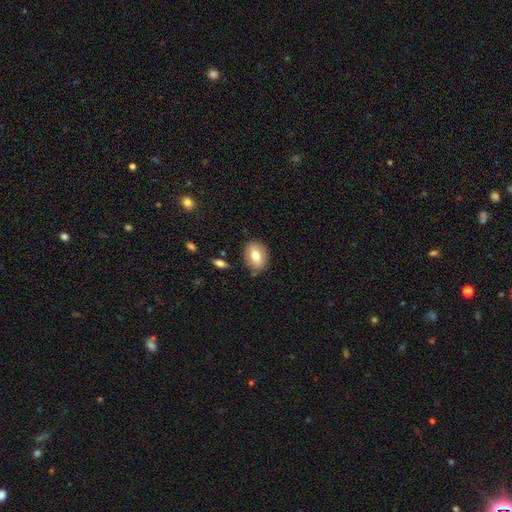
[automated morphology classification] Smooth or featured?
  - smooth: 70% *
  - featured or disk: 22%
  - star or artifact: 8%
How rounded?
  - in between: 72% *
  - round: 26%
  - cigar-shaped: 2%
Merging?
  - none: 82% *
  - minor disturbance: 12%
  - major disturbance: 3%
  - merger: 3%